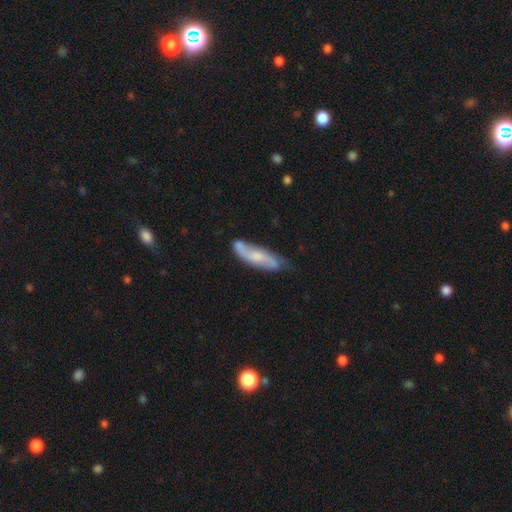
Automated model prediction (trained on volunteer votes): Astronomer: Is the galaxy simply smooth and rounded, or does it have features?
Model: featured or disk — 67%.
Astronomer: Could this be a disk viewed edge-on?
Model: no — 80%.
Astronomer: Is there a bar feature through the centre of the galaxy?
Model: no — 53% (runner-up: weak, 37%).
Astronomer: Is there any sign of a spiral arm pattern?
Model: yes — 92%.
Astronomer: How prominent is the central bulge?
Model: small — 45% (runner-up: moderate, 36%).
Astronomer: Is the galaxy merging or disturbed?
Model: none — 69%.